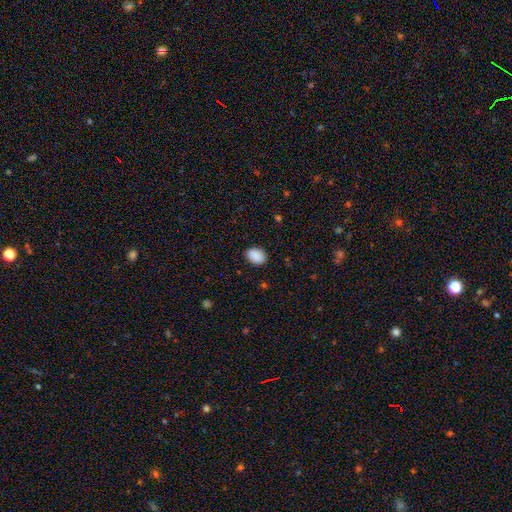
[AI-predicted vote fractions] Q: Smooth or featured?
A: smooth (90%); runner-up: star or artifact (8%)
Q: How rounded?
A: in between (74%); runner-up: round (25%)
Q: Merging?
A: none (87%); runner-up: minor disturbance (10%)